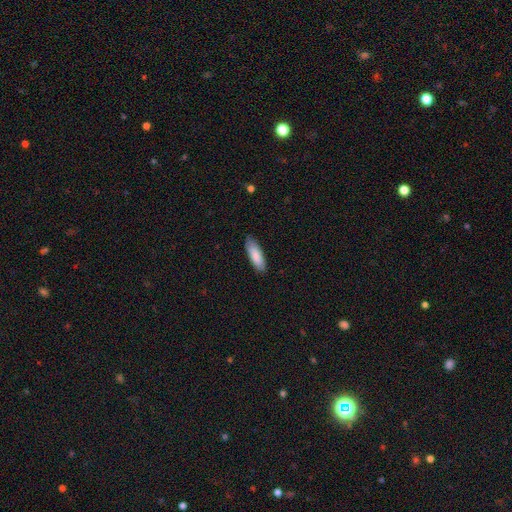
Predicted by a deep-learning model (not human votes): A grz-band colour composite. It shows a smooth galaxy with no disk features (86%) that is in between round and cigar-shaped (57%). Merging: none (84%).